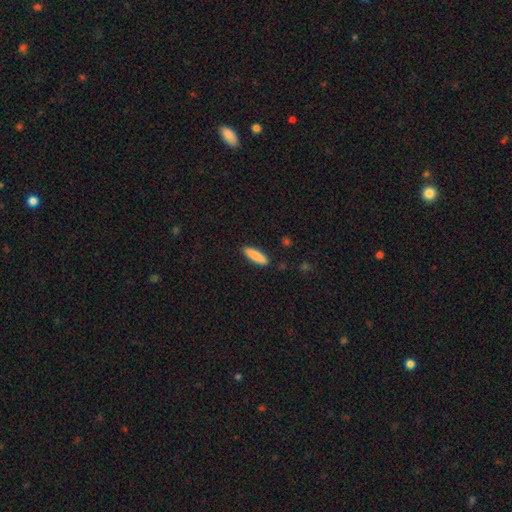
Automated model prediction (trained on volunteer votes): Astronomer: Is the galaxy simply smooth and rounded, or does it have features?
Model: smooth — 86%.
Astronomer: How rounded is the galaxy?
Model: cigar-shaped — 70%.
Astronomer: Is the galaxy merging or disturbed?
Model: none — 89%.